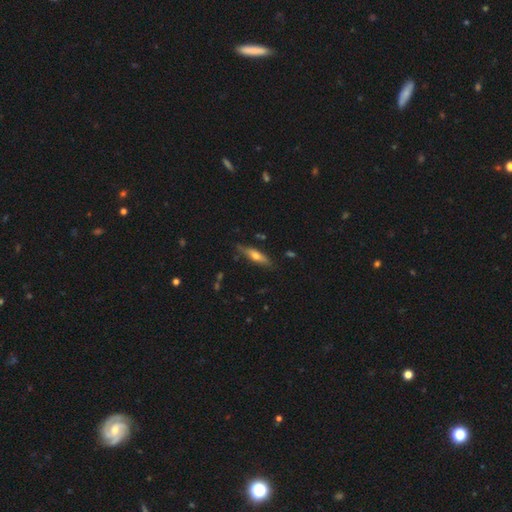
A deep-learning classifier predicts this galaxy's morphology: smooth_or_featured: smooth (p=0.52) [alt: featured or disk p=0.42]
how_rounded: cigar-shaped (p=0.71) [alt: in between p=0.27]
merging: none (p=0.78) [alt: minor disturbance p=0.17]